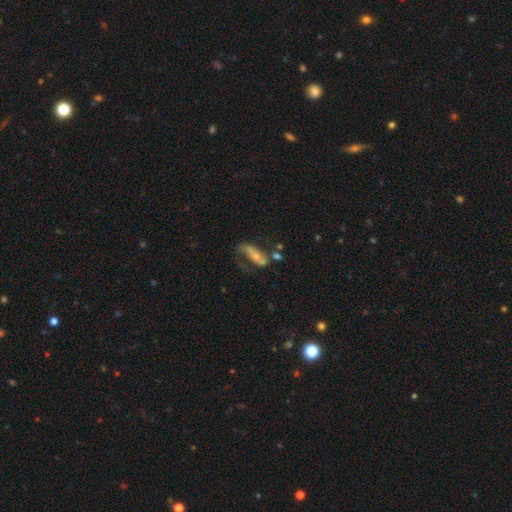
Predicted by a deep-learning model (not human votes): smooth_or_featured: featured or disk (p=0.52) [alt: smooth p=0.39]
disk_edge_on: no (p=0.79) [alt: yes p=0.21]
merging: none (p=0.32) [alt: major disturbance p=0.30]